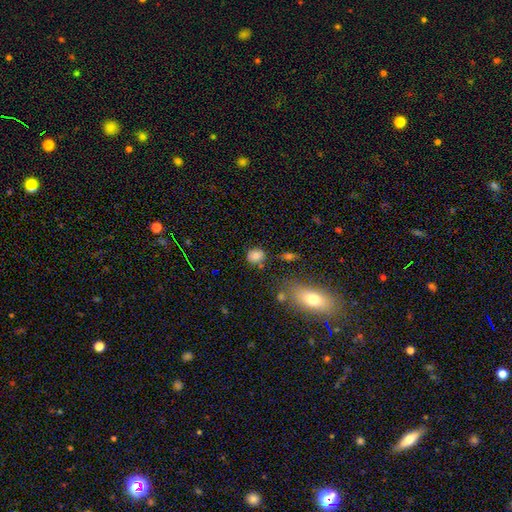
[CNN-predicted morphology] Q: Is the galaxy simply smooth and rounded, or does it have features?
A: smooth — 80%.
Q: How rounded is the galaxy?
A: round — 65%.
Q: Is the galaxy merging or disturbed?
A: none — 78%.